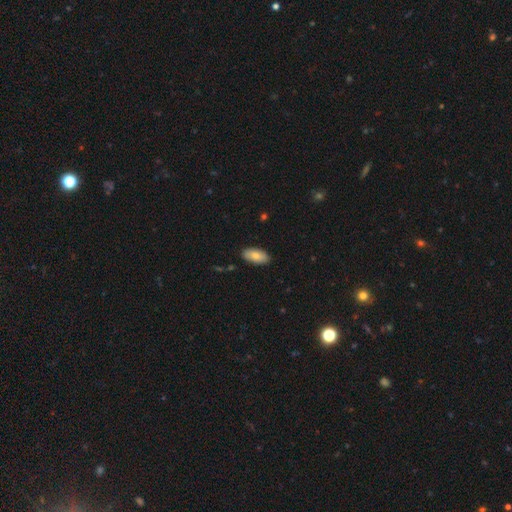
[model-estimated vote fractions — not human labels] A smooth galaxy with no disk features (80%) that is in between round and cigar-shaped (92%). Merging: none (88%).